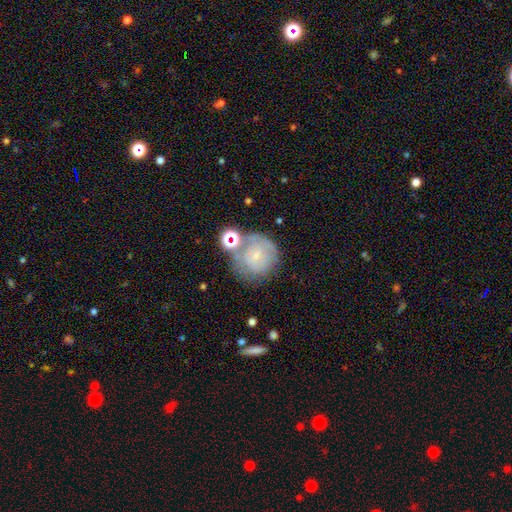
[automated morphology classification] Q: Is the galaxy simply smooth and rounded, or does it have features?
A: smooth — 45%.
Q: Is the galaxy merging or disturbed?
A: none — 52%.